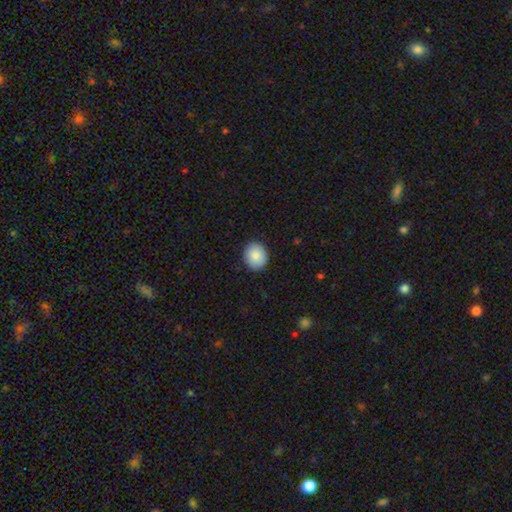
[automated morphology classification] smooth_or_featured: smooth (p=0.88) [alt: star or artifact p=0.07]
how_rounded: round (p=0.75) [alt: in between p=0.24]
merging: none (p=0.90) [alt: minor disturbance p=0.07]